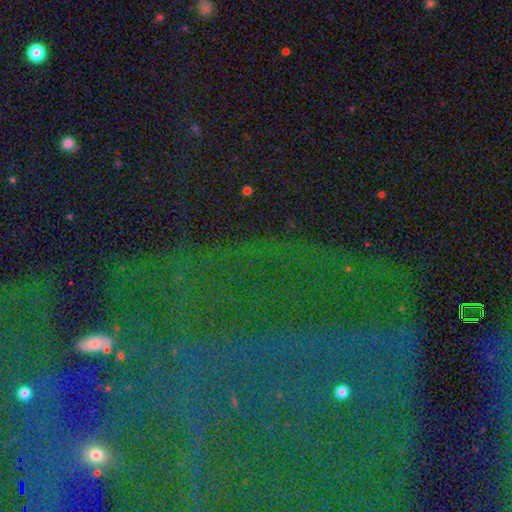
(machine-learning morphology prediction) The model was most divided on "smooth or featured": star or artifact: 81%, smooth: 9%, featured or disk: 9%.